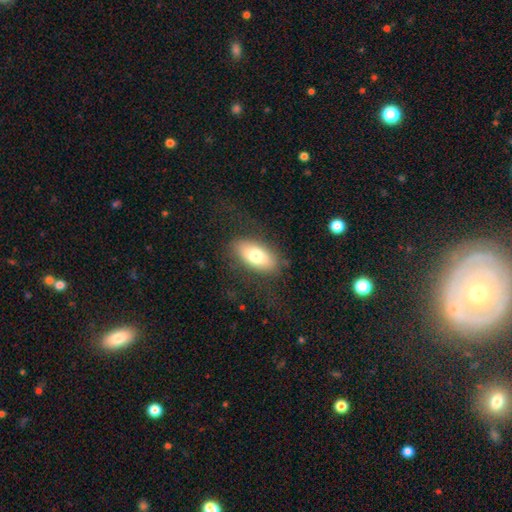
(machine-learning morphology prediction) smooth 71%, featured or disk 22%, star or artifact 7%. Down the decision tree: how rounded — in between (90%); merging — none (78%).